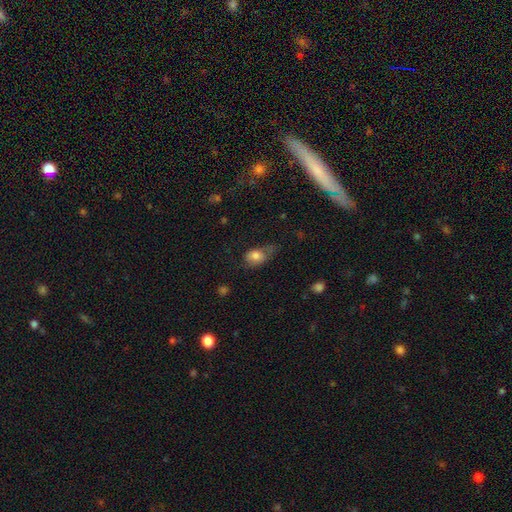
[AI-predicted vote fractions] smooth_or_featured: smooth (p=0.77) [alt: featured or disk p=0.15]
how_rounded: in between (p=0.79) [alt: round p=0.18]
merging: minor disturbance (p=0.38) [alt: none p=0.31]